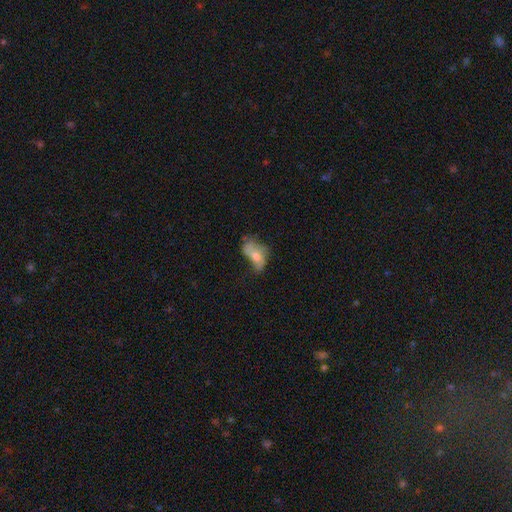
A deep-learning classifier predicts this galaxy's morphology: Smooth or featured: smooth — 48% (featured or disk — 41%)
Merging: major disturbance — 39% (none — 26%)